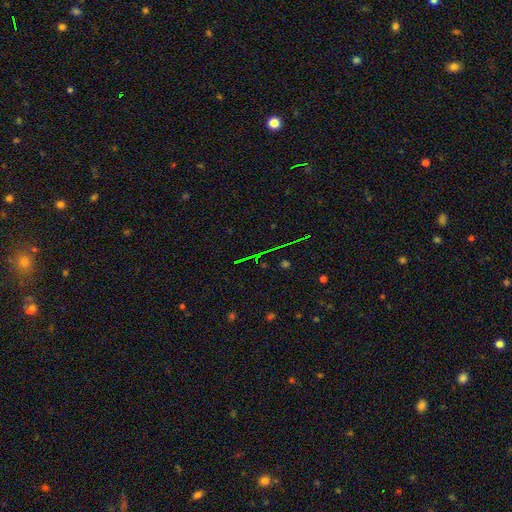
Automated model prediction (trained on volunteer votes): This is likely a star or artifact rather than a galaxy (74%).